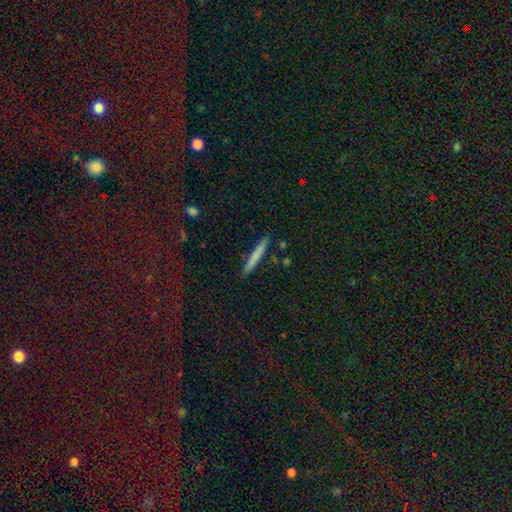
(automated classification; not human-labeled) Overall: smooth (72%). How rounded: cigar-shaped (96%). Merging: none (90%).